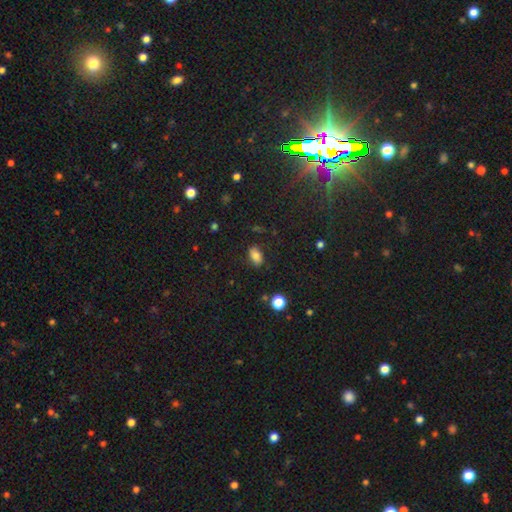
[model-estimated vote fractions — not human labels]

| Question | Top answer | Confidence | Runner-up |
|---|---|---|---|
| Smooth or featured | smooth | 79% | star or artifact (12%) |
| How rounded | in between | 89% | round (8%) |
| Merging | none | 82% | minor disturbance (13%) |